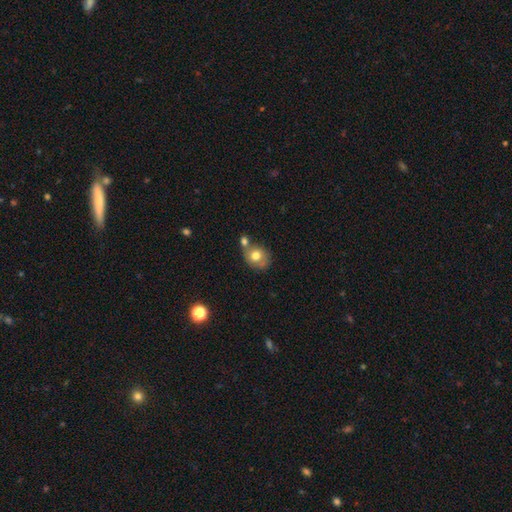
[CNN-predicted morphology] Q: Smooth or featured?
A: smooth (73%); runner-up: featured or disk (18%)
Q: How rounded?
A: round (67%); runner-up: in between (32%)
Q: Merging?
A: none (46%); runner-up: merger (34%)